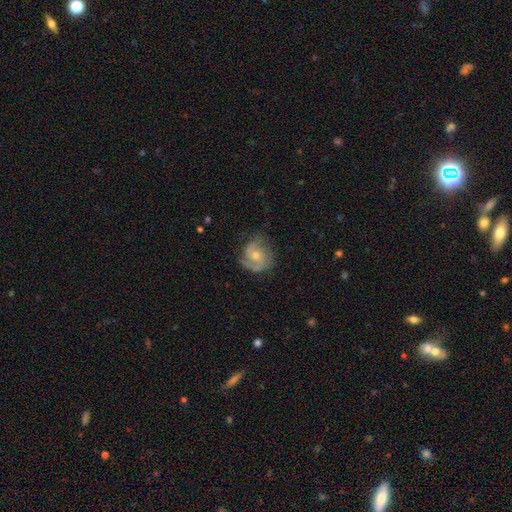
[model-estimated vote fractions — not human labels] Q: Smooth or featured?
A: featured or disk (75%); runner-up: smooth (19%)
Q: Edge-on disk?
A: no (98%); runner-up: yes (2%)
Q: Bar?
A: no (65%); runner-up: weak (30%)
Q: Spiral arms?
A: yes (93%); runner-up: no (7%)
Q: Spiral winding?
A: medium (45%); runner-up: tight (36%)
Q: Spiral arm count?
A: 2 (61%); runner-up: 1 (14%)
Q: Bulge size?
A: small (51%); runner-up: moderate (44%)
Q: Merging?
A: none (65%); runner-up: minor disturbance (22%)